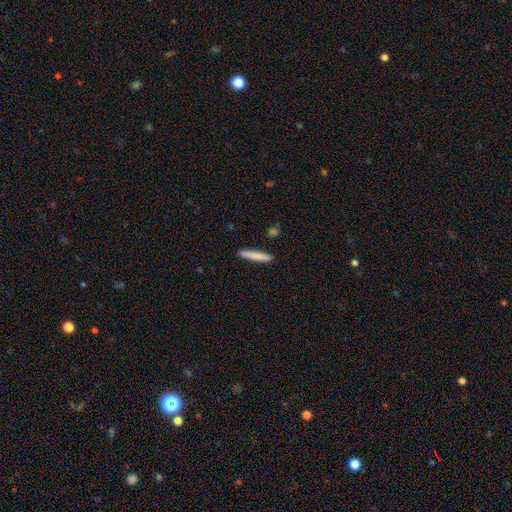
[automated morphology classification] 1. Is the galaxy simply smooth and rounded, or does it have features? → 82% smooth, 12% featured or disk, 6% star or artifact.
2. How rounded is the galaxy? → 95% cigar-shaped, 4% in between, 1% round.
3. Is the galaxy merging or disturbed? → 91% none, 6% minor disturbance, 2% merger, 1% major disturbance.